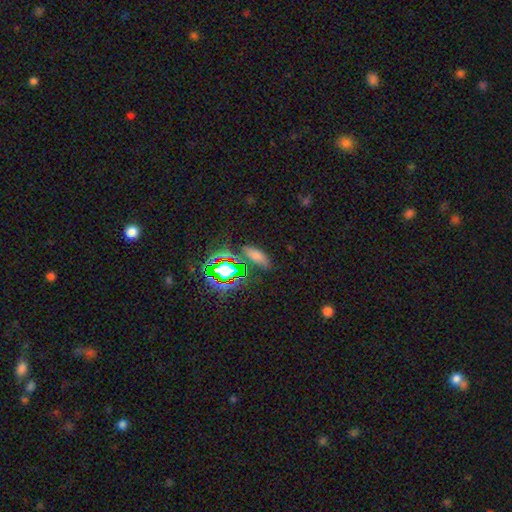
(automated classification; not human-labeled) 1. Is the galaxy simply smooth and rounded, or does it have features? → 62% smooth, 28% star or artifact, 10% featured or disk.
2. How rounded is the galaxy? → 75% in between, 20% cigar-shaped, 6% round.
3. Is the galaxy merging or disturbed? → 76% none, 14% minor disturbance, 5% merger, 5% major disturbance.